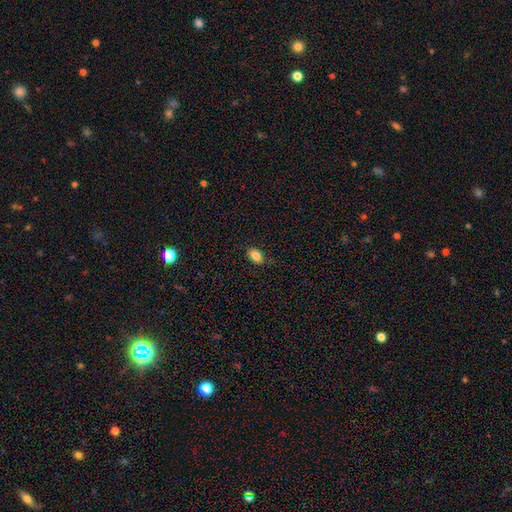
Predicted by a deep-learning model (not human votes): Smooth or featured: smooth — 85% (star or artifact — 9%)
How rounded: in between — 84% (round — 15%)
Merging: none — 82% (minor disturbance — 14%)